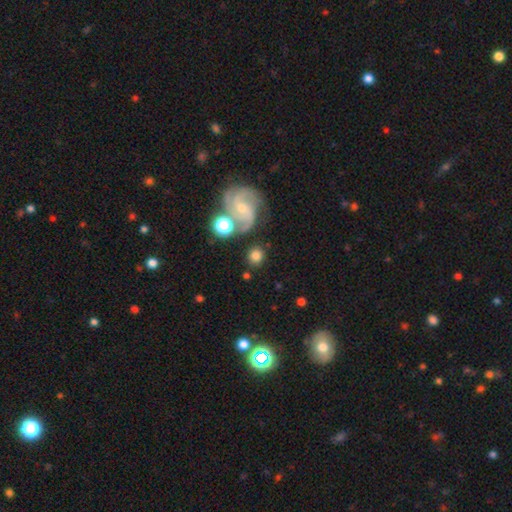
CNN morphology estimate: This is likely a smooth galaxy (67%). How rounded: clearly round (86%). Merging: likely none (77%).